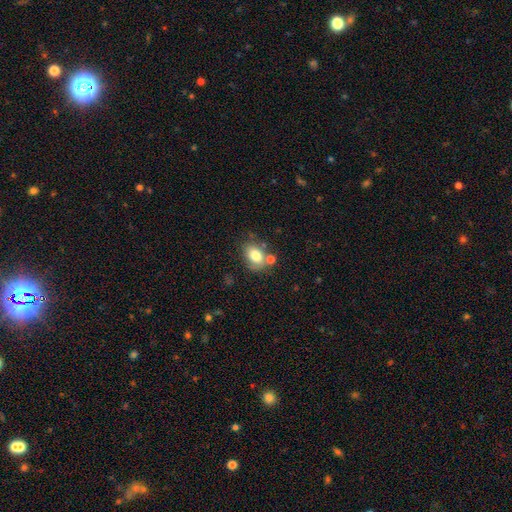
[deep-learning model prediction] Smooth or featured: smooth — 78% (featured or disk — 12%)
How rounded: in between — 75% (round — 23%)
Merging: none — 61% (minor disturbance — 18%)